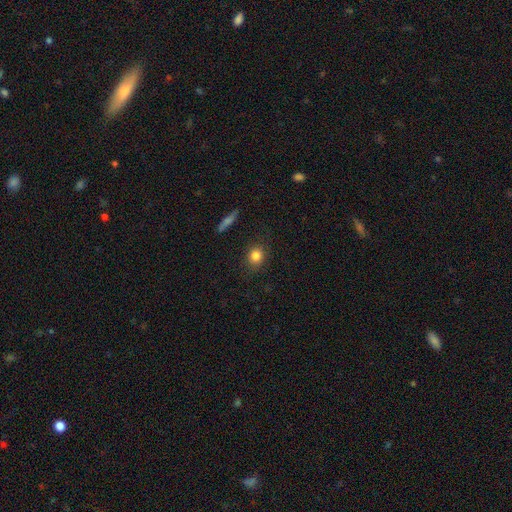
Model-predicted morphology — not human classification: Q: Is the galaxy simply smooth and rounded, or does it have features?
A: smooth — 83%.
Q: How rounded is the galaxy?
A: round — 76%.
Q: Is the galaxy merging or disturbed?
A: none — 86%.